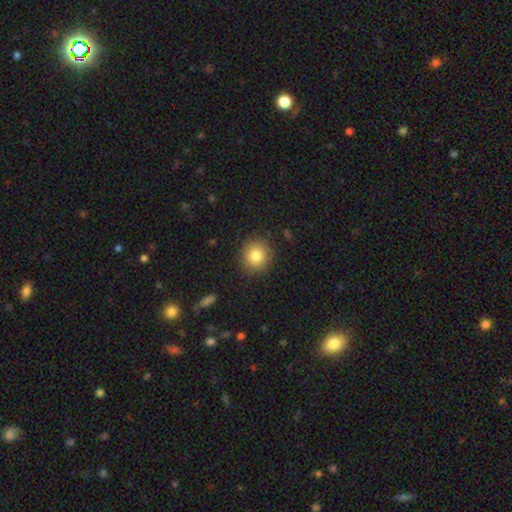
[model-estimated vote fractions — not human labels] This appears to be a smooth galaxy with no disk features (83%) that is round (89%). Merging: none (88%).